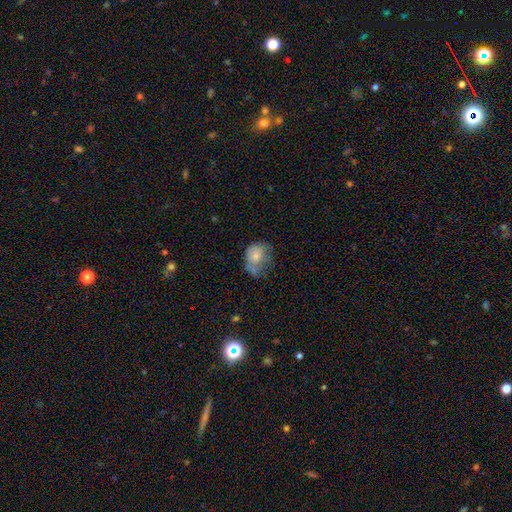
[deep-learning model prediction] A smooth galaxy with no disk features (68%) that is in between round and cigar-shaped (57%).

Vote fractions:
- Smooth or featured? smooth: 68% / featured or disk: 24% / star or artifact: 8%
- How rounded? in between: 57% / round: 42% / cigar-shaped: 1%
- Merging? minor disturbance: 35% / major disturbance: 30% / none: 27% / merger: 8%